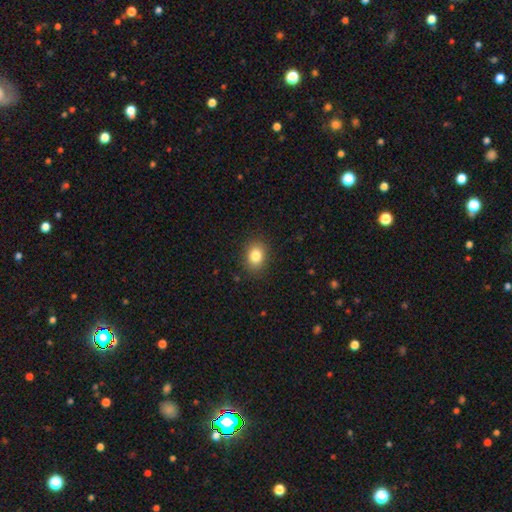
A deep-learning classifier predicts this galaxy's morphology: type=smooth (84%); roundness=in between (61%); merging=none (87%).